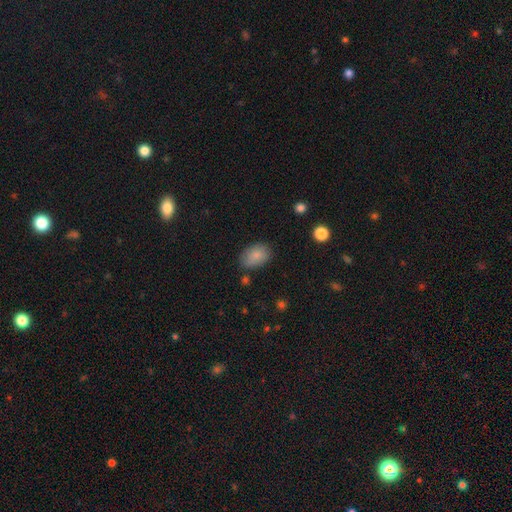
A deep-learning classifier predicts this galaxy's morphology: This is clearly a smooth galaxy (84%). How rounded: clearly in between (84%). Merging: likely none (74%).